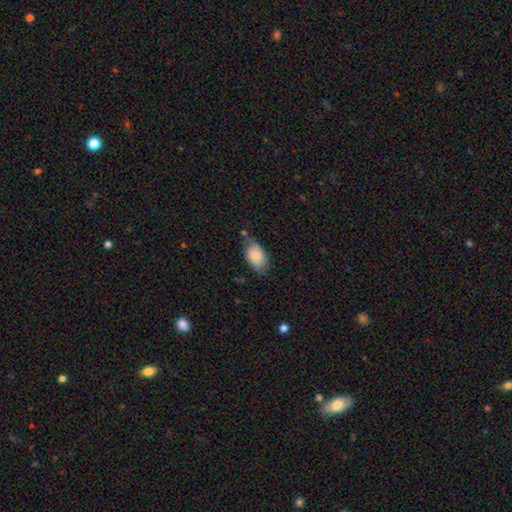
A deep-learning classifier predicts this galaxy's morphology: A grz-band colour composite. It shows a smooth galaxy with no disk features (76%) that is in between round and cigar-shaped (92%). Merging: none (55%).